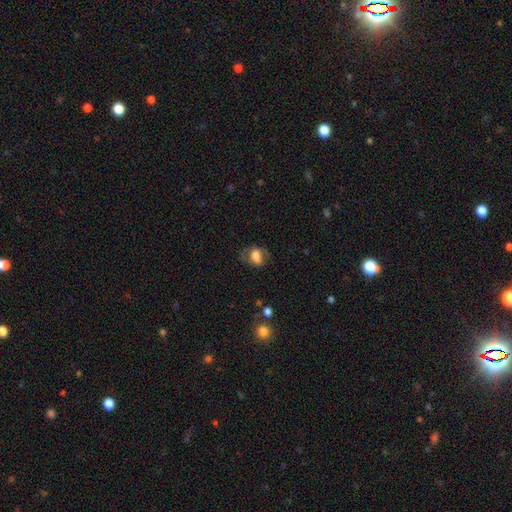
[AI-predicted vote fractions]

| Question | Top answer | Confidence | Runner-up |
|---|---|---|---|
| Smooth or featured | smooth | 61% | featured or disk (30%) |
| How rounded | in between | 70% | round (28%) |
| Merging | none | 59% | minor disturbance (22%) |